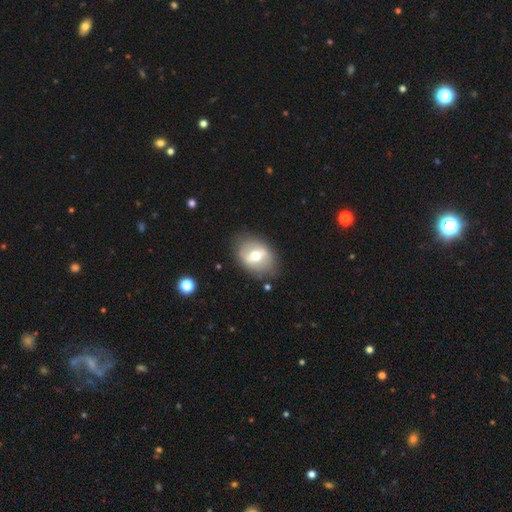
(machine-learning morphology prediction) type=featured or disk (48%); merging=none (79%).